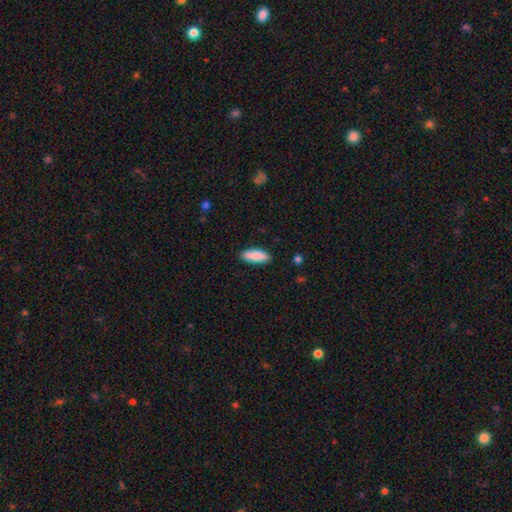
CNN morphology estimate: Smooth or featured: smooth — 89% (featured or disk — 6%)
How rounded: in between — 64% (cigar-shaped — 34%)
Merging: none — 88% (minor disturbance — 9%)